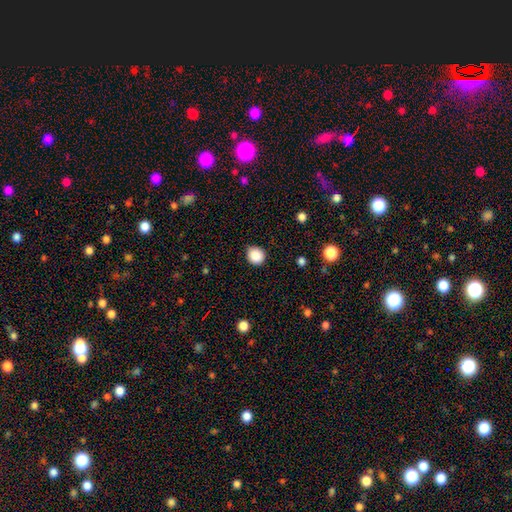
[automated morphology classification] This is clearly a smooth galaxy (88%). How rounded: clearly round (82%). Merging: clearly none (85%).